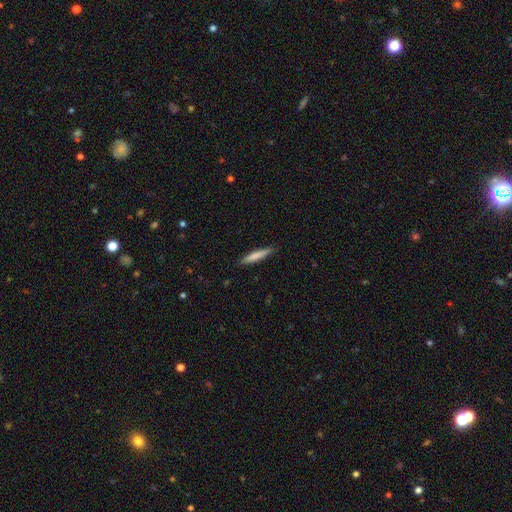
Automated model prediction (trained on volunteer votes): Smooth or featured?
  - smooth: 77% *
  - featured or disk: 18%
  - star or artifact: 5%
How rounded?
  - cigar-shaped: 93% *
  - in between: 6%
  - round: 1%
Merging?
  - none: 88% *
  - minor disturbance: 9%
  - major disturbance: 2%
  - merger: 1%